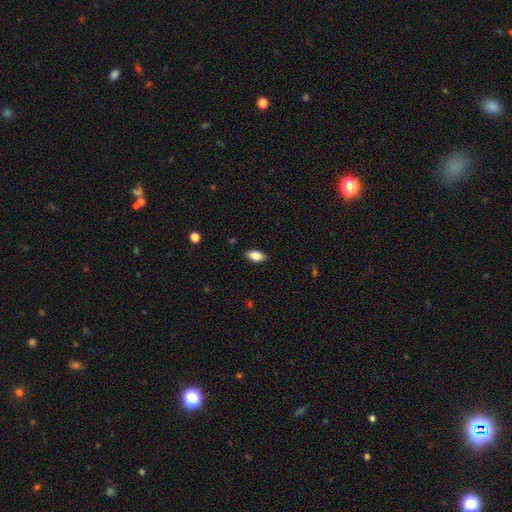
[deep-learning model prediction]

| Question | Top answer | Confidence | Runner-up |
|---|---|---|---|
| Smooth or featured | smooth | 76% | featured or disk (16%) |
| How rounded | in between | 88% | cigar-shaped (7%) |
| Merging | none | 87% | minor disturbance (10%) |